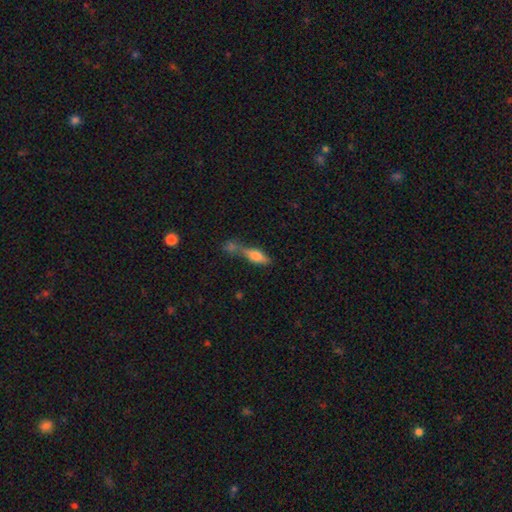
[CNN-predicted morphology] Smooth or featured?
  - smooth: 63% *
  - featured or disk: 28%
  - star or artifact: 8%
How rounded?
  - cigar-shaped: 48% * (tied)
  - in between: 48% * (tied)
  - round: 4%
Merging?
  - merger: 42% *
  - none: 36%
  - minor disturbance: 14%
  - major disturbance: 8%